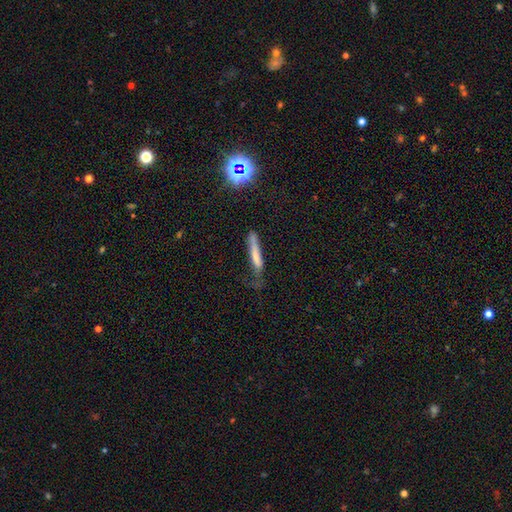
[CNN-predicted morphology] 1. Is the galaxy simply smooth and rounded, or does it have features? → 67% smooth, 25% featured or disk, 8% star or artifact.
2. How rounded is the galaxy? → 90% cigar-shaped, 8% in between, 2% round.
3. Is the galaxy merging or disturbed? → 44% none, 31% minor disturbance, 21% major disturbance, 4% merger.